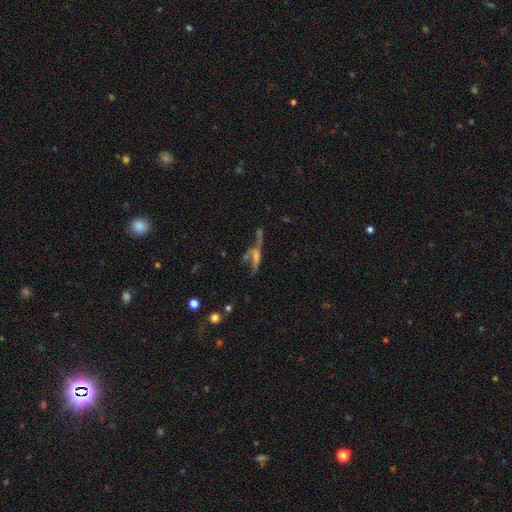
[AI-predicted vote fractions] featured or disk 47%, smooth 35%, star or artifact 18%. Down the decision tree: merging — merger (35%).